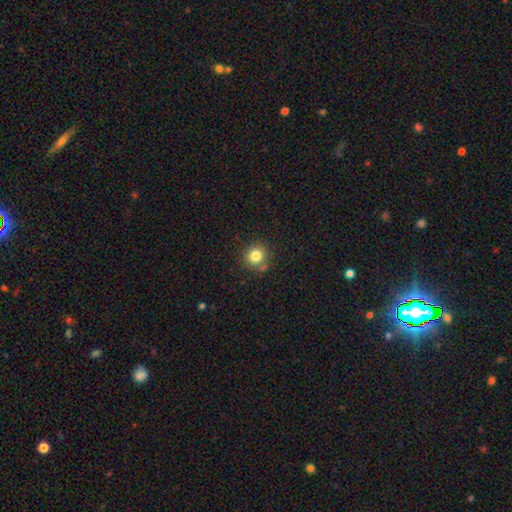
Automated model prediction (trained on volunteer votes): Q: Smooth or featured?
A: smooth (81%); runner-up: star or artifact (12%)
Q: How rounded?
A: round (91%); runner-up: in between (8%)
Q: Merging?
A: none (79%); runner-up: minor disturbance (11%)